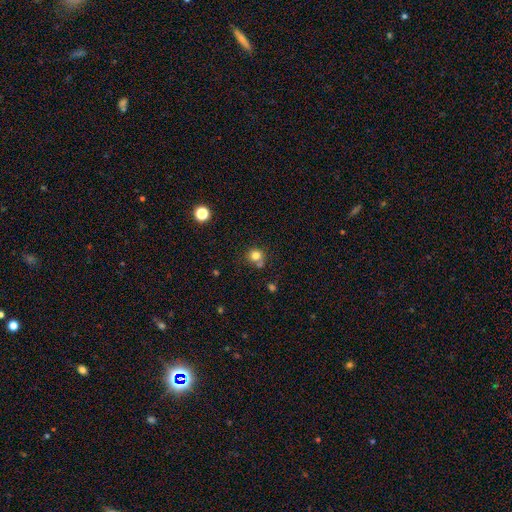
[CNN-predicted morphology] A smooth galaxy with no disk features (79%) that is round (90%).

Vote fractions:
- Smooth or featured? smooth: 79% / star or artifact: 14% / featured or disk: 8%
- How rounded? round: 90% / in between: 9% / cigar-shaped: 1%
- Merging? none: 66% / merger: 19% / minor disturbance: 11% / major disturbance: 4%